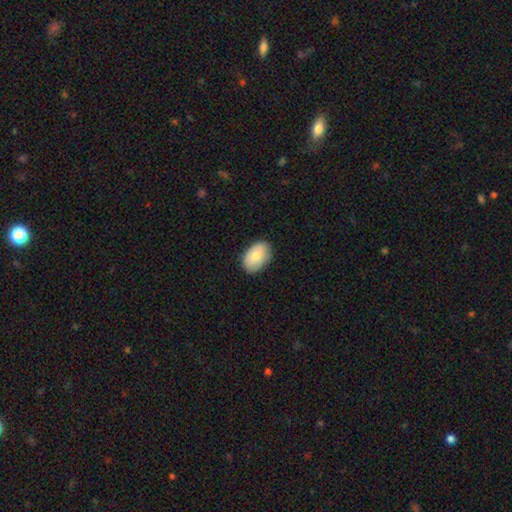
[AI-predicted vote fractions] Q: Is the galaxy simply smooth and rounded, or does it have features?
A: smooth — 81%.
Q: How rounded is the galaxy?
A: in between — 89%.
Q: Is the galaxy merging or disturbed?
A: none — 82%.